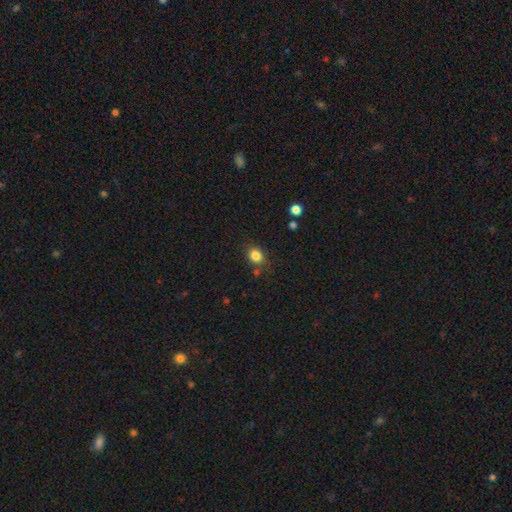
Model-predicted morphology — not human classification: Smooth or featured? Predicted: smooth (p=0.84). How rounded? Predicted: round (p=0.55). Merging? Predicted: none (p=0.77).